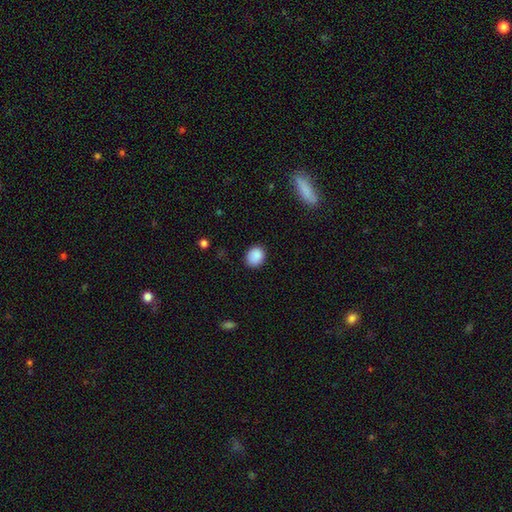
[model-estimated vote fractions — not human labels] Smooth or featured? Predicted: smooth (p=0.88). How rounded? Predicted: round (p=0.62). Merging? Predicted: none (p=0.84).